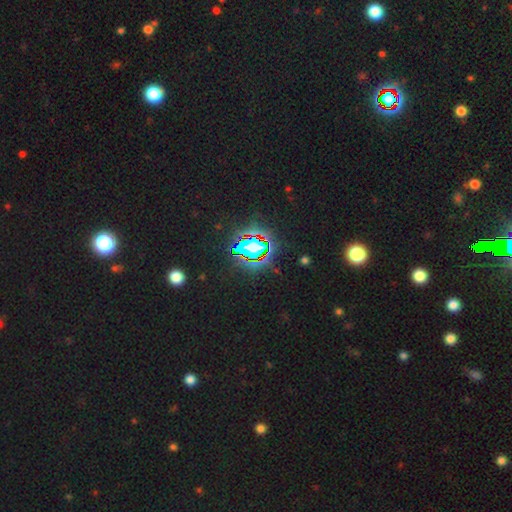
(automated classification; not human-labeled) Morphology: type=star or artifact (78%).